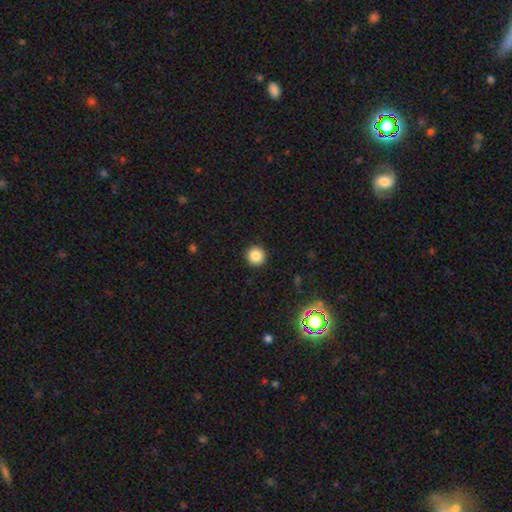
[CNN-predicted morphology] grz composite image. It shows a smooth galaxy with no disk features (85%) that is round (96%). Merging: none (93%).